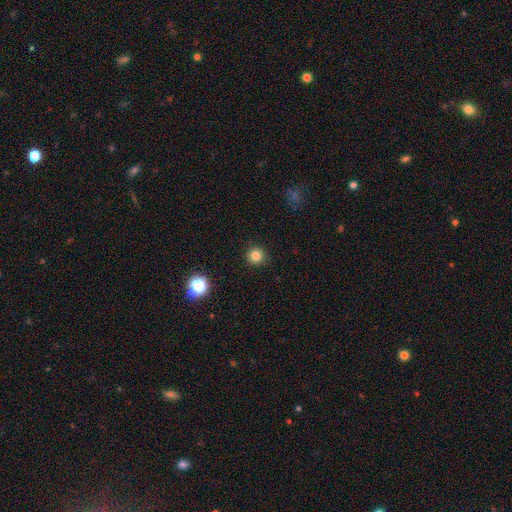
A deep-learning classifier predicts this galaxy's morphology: smooth 81%, star or artifact 14%, featured or disk 5%. Down the decision tree: how rounded — round (95%); merging — none (92%).